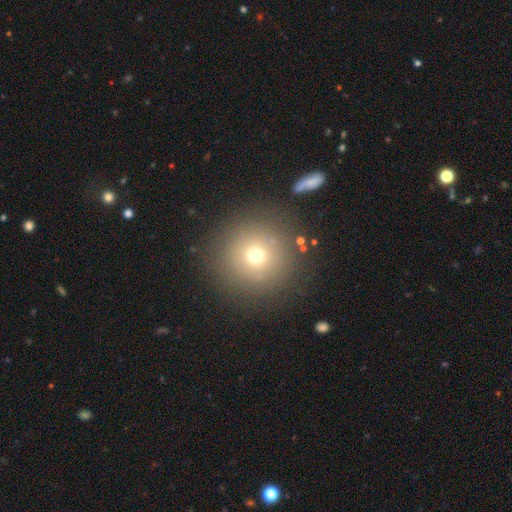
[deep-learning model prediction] smooth_or_featured: smooth (p=0.68) [alt: star or artifact p=0.17]
how_rounded: round (p=0.95) [alt: in between p=0.04]
merging: none (p=0.84) [alt: minor disturbance p=0.09]